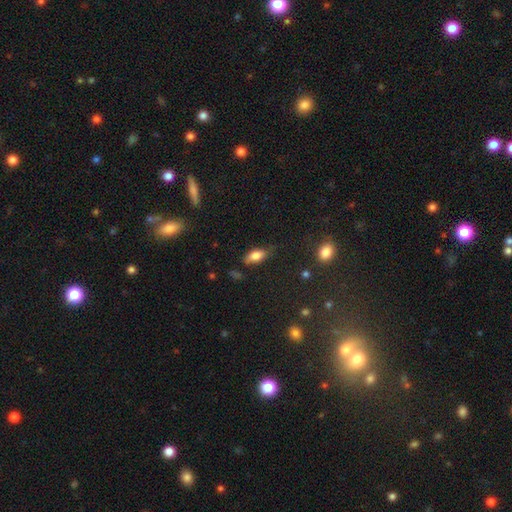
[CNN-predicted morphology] smooth_or_featured: smooth (p=0.78) [alt: featured or disk p=0.13]
how_rounded: in between (p=0.85) [alt: cigar-shaped p=0.11]
merging: none (p=0.65) [alt: minor disturbance p=0.26]